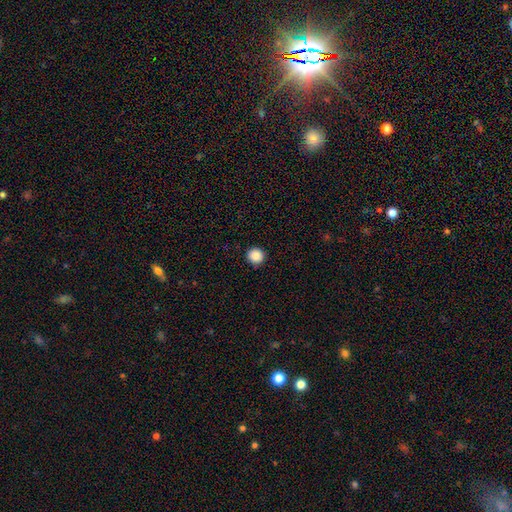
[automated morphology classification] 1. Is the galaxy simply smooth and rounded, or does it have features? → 88% smooth, 9% star or artifact, 2% featured or disk.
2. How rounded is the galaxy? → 95% round, 5% in between, 1% cigar-shaped.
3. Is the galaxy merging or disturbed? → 93% none, 5% minor disturbance, 2% major disturbance, 1% merger.